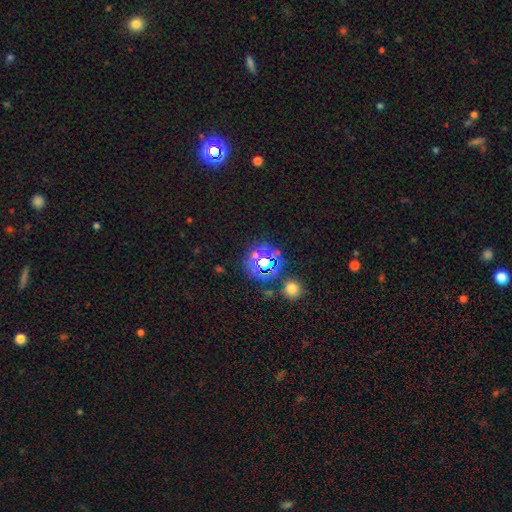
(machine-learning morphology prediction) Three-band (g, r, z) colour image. It shows a star or artifact, not a galaxy (73%).